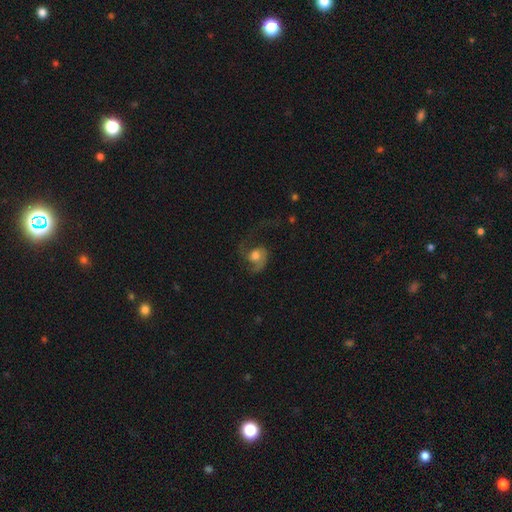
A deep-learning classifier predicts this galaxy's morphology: Smooth or featured: featured or disk — 64% (smooth — 28%)
Edge-on disk: no — 97% (yes — 3%)
Bar: no — 71% (weak — 24%)
Spiral arms: yes — 90% (no — 10%)
Spiral winding: loose — 52% (medium — 37%)
Spiral arm count: 2 — 47% (1 — 45%)
Bulge size: moderate — 44% (large — 36%)
Merging: major disturbance — 42% (none — 38%)